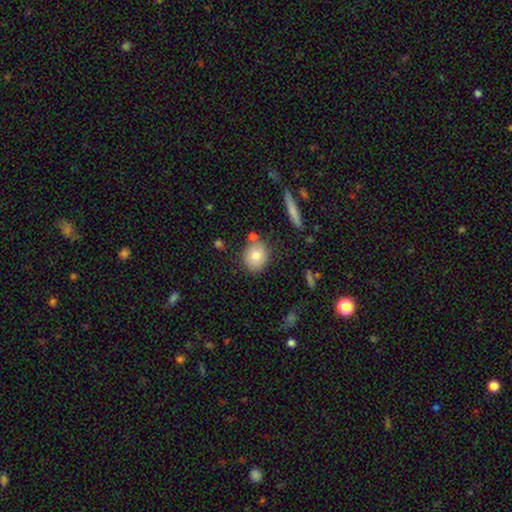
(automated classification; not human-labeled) smooth_or_featured: smooth (p=0.79) [alt: featured or disk p=0.13]
how_rounded: round (p=0.68) [alt: in between p=0.31]
merging: none (p=0.76) [alt: minor disturbance p=0.12]